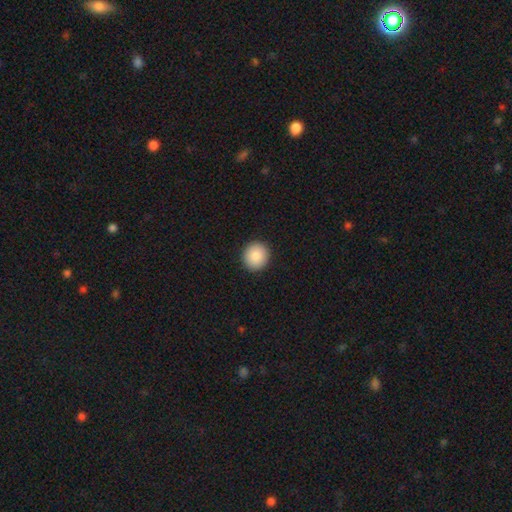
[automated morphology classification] Smooth or featured? Predicted: smooth (p=0.87). How rounded? Predicted: round (p=0.91). Merging? Predicted: none (p=0.92).